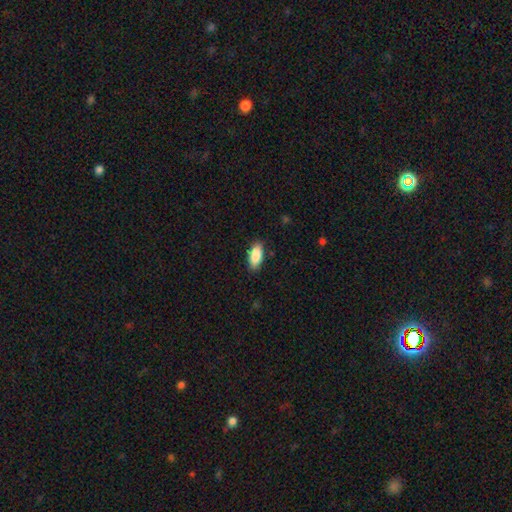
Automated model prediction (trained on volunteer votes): Smooth or featured? smooth (88%)
How rounded? in between (87%)
Merging? none (86%)